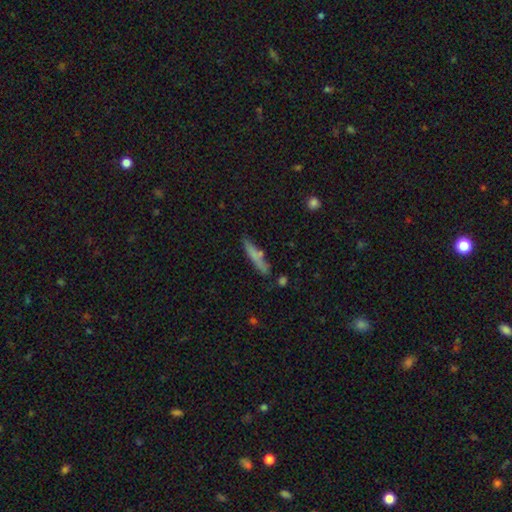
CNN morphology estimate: smooth_or_featured: smooth (p=0.69) [alt: featured or disk p=0.23]
how_rounded: cigar-shaped (p=0.90) [alt: in between p=0.08]
merging: none (p=0.73) [alt: minor disturbance p=0.16]